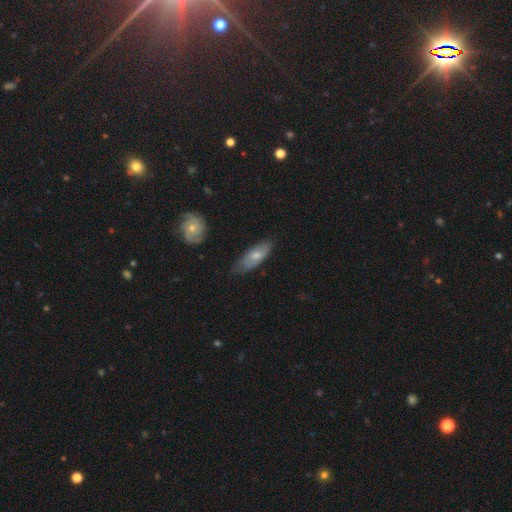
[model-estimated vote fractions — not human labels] This appears to be a smooth galaxy with no disk features (63%) that is in between round and cigar-shaped (69%). Merging: none (65%).